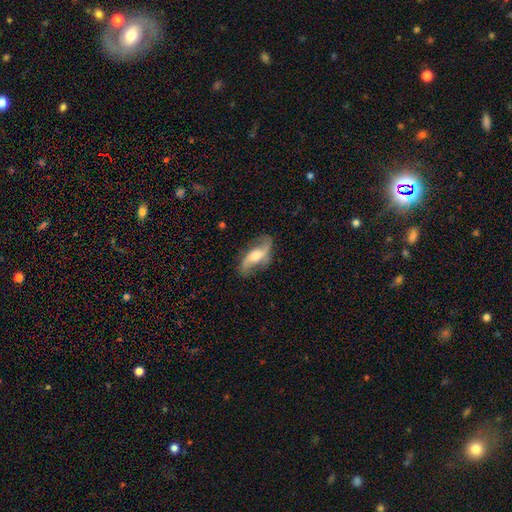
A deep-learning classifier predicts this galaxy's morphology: Smooth or featured? featured or disk (79%)
Edge-on disk? no (89%)
Bar? no (42%)
Spiral arms? yes (94%)
Spiral winding? loose (72%)
Spiral arm count? 2 (91%)
Bulge size? moderate (57%)
Merging? none (74%)